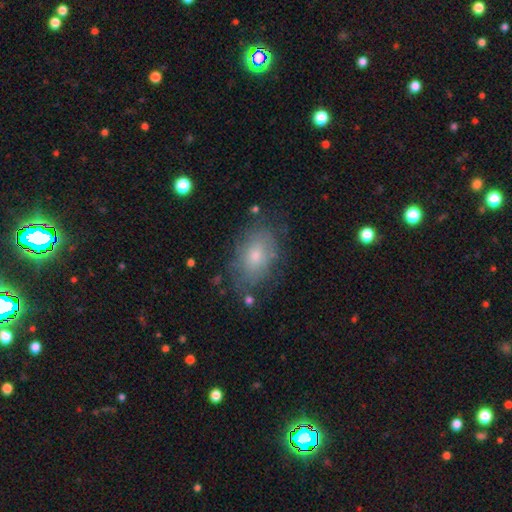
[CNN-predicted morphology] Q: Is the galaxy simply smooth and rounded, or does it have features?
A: smooth — 57%.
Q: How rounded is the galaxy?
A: in between — 86%.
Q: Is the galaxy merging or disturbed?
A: none — 69%.